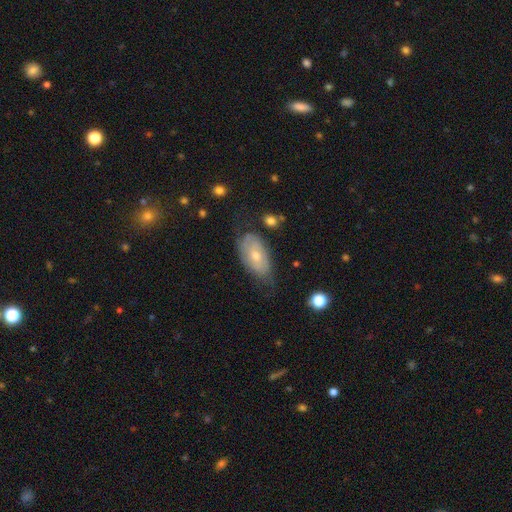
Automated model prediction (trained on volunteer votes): Morphology: type=smooth (51%); roundness=in between (92%); merging=none (53%).